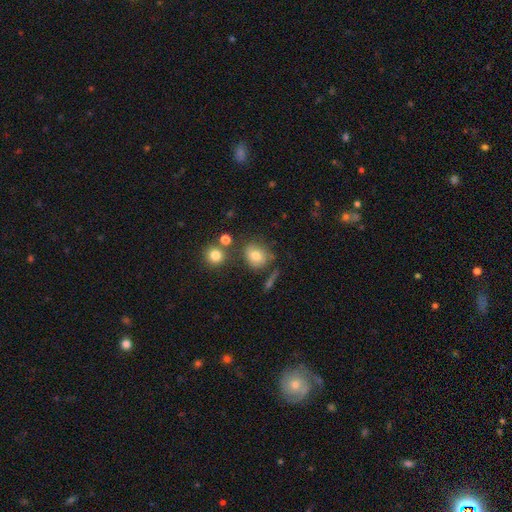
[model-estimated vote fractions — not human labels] Morphology: type=smooth (74%); roundness=round (71%); merging=none (64%).